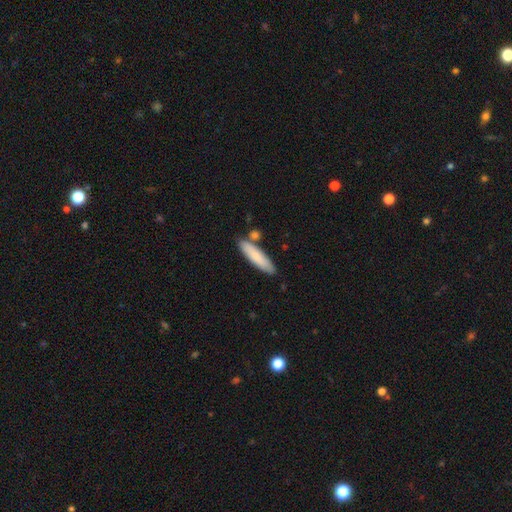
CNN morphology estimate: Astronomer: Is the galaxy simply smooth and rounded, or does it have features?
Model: smooth — 80%.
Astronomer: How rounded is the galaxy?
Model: cigar-shaped — 74%.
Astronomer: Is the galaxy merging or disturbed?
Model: none — 77%.